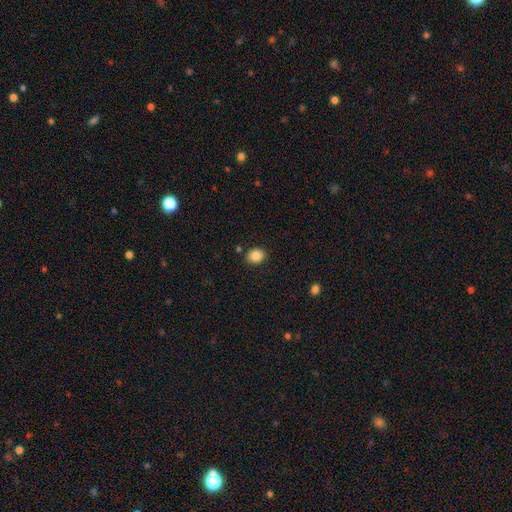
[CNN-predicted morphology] Smooth or featured?
  - smooth: 85% *
  - star or artifact: 9%
  - featured or disk: 6%
How rounded?
  - round: 61% *
  - in between: 38%
  - cigar-shaped: 1%
Merging?
  - none: 87% *
  - minor disturbance: 8%
  - merger: 2%
  - major disturbance: 2%